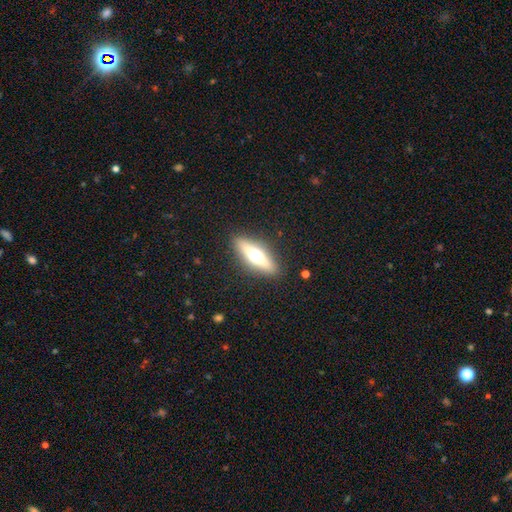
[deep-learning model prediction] smooth-or-featured: featured or disk: 51% | smooth: 42% | star or artifact: 7%
  disk-edge-on: yes: 87% | no: 13%
  merging: none: 88% | minor disturbance: 8% | major disturbance: 3% | merger: 1%